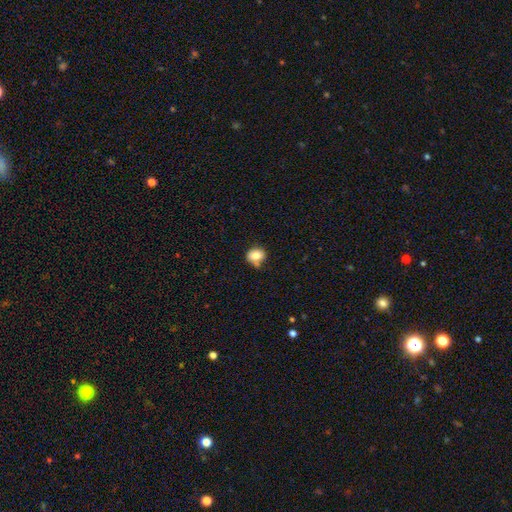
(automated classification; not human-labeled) Smooth or featured: smooth — 80% (featured or disk — 11%)
How rounded: round — 64% (in between — 35%)
Merging: none — 57% (minor disturbance — 25%)